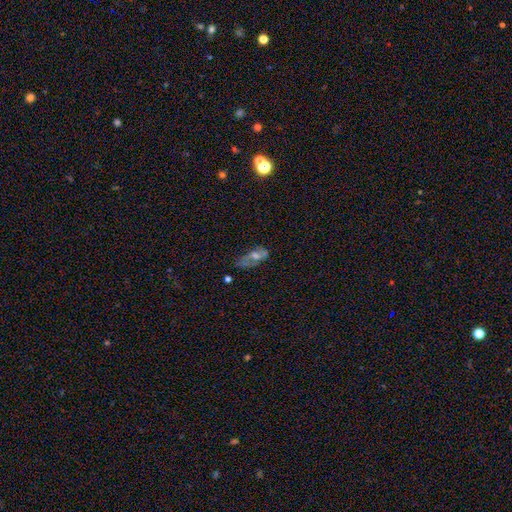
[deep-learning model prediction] Overall: featured or disk (51%; smooth 32%). Edge-on disk: no (79%). Merging: none (53%; minor disturbance 24%).